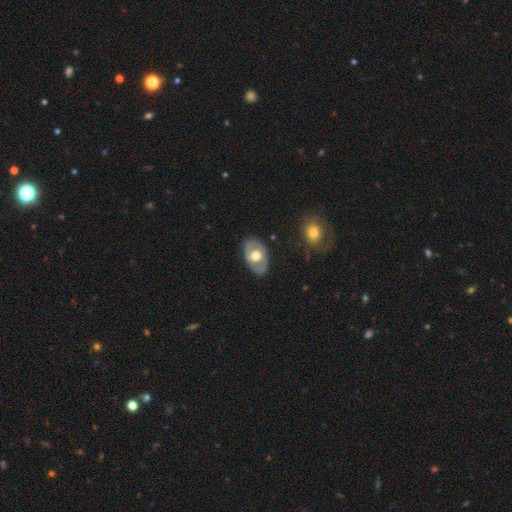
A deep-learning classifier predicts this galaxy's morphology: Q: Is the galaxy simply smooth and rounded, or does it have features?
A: featured or disk — 51%.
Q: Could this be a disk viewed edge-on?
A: no — 90%.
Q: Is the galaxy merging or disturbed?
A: none — 79%.